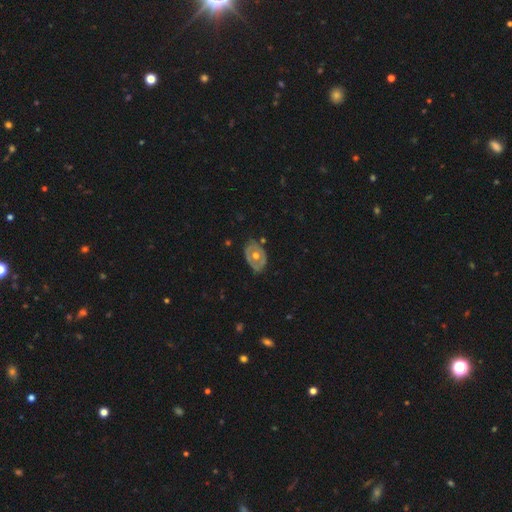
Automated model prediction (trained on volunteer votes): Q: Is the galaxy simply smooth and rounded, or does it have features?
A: featured or disk — 59%.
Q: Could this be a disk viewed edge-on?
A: no — 92%.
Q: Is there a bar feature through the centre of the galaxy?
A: no — 90%.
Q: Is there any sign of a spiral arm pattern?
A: no — 84%.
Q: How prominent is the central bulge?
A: moderate — 79%.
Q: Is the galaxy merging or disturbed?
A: none — 74%.